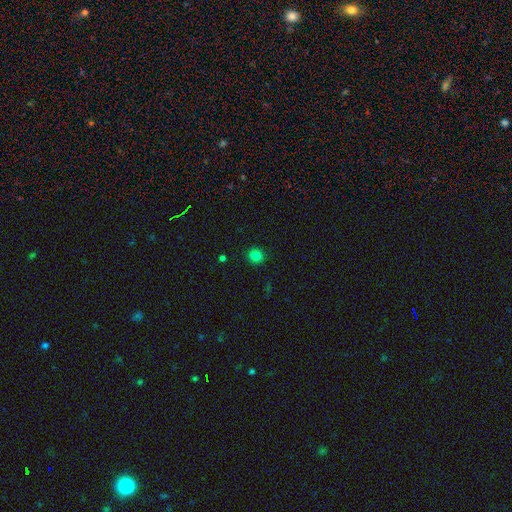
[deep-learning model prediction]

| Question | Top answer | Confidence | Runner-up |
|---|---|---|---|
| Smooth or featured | smooth | 82% | star or artifact (14%) |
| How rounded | round | 87% | in between (12%) |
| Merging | none | 91% | minor disturbance (6%) |